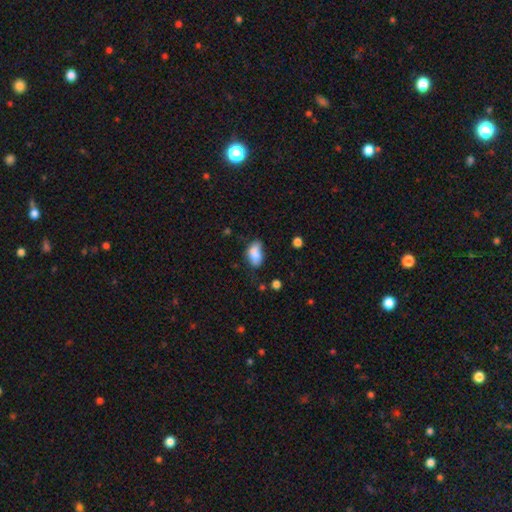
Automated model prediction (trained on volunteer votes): A smooth galaxy with no disk features (77%) that is in between round and cigar-shaped (89%).

Vote fractions:
- Smooth or featured? smooth: 77% / featured or disk: 14% / star or artifact: 9%
- How rounded? in between: 89% / round: 9% / cigar-shaped: 3%
- Merging? none: 42% / minor disturbance: 32% / merger: 14% / major disturbance: 11%